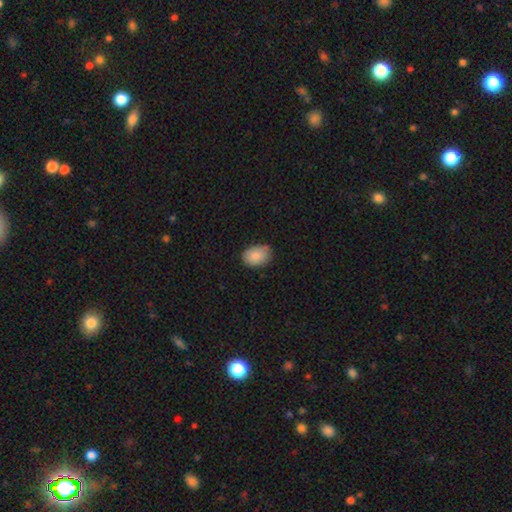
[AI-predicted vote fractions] Smooth or featured: smooth — 85% (star or artifact — 7%)
How rounded: in between — 77% (round — 22%)
Merging: none — 77% (minor disturbance — 19%)